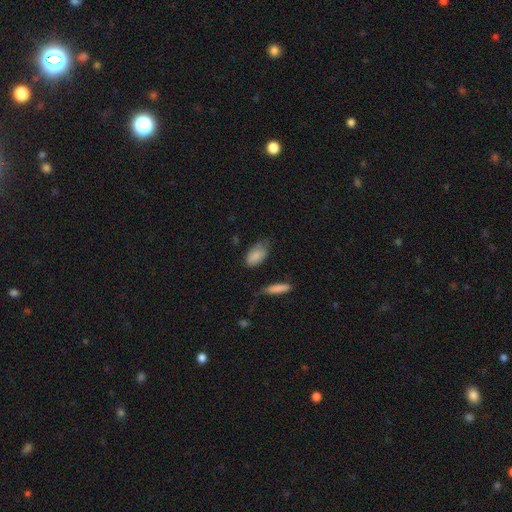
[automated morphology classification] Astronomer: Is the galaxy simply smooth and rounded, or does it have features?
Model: smooth — 85%.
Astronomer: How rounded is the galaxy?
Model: in between — 91%.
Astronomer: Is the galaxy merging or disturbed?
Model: none — 55% (runner-up: minor disturbance, 33%).